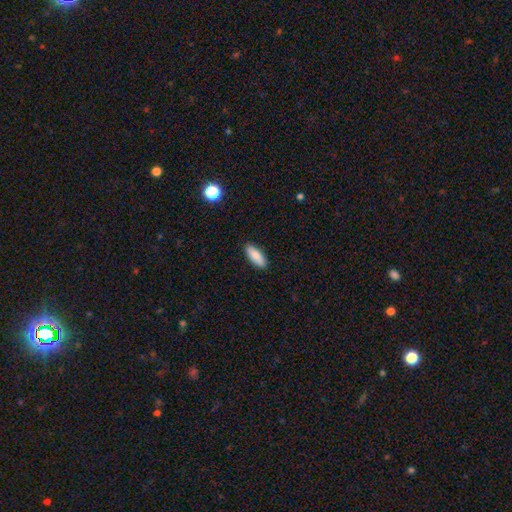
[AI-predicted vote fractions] Smooth or featured?
  - smooth: 87% *
  - featured or disk: 7%
  - star or artifact: 6%
How rounded?
  - in between: 71% *
  - cigar-shaped: 27%
  - round: 2%
Merging?
  - none: 89% *
  - minor disturbance: 8%
  - major disturbance: 2%
  - merger: 1%